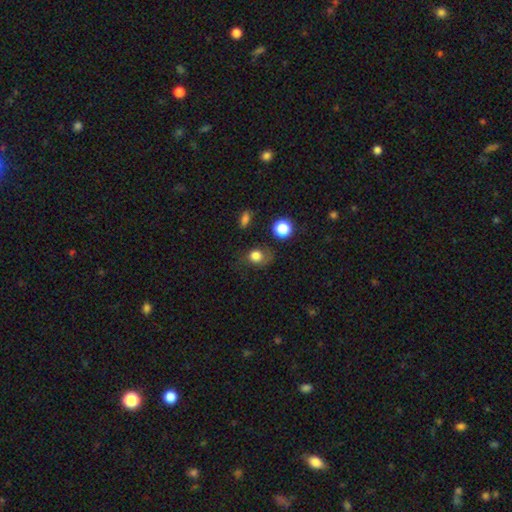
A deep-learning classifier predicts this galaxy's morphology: The model was most divided on "how rounded": round: 64%, in between: 35%, cigar-shaped: 1%. More confident: smooth or featured — smooth (80%); merging — none (55%).